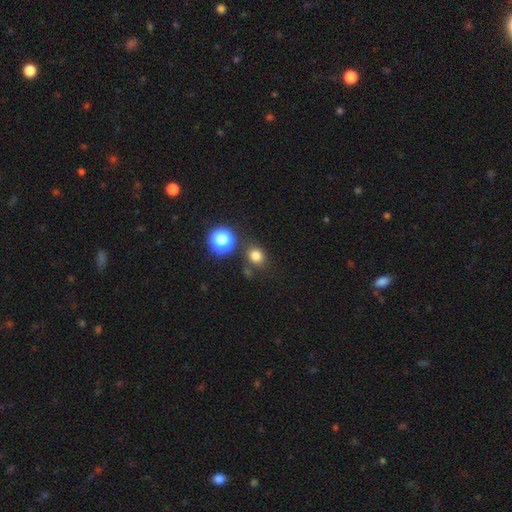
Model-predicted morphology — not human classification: This appears to be a smooth galaxy with no disk features (78%) that is round (73%). Merging: none (79%).